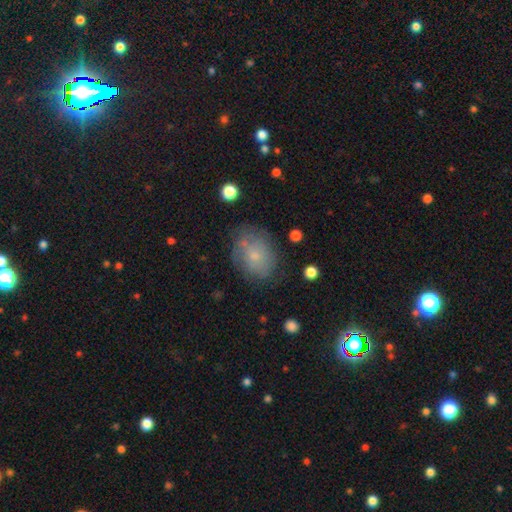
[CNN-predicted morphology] type=smooth (66%); roundness=in between (63%); merging=none (67%).